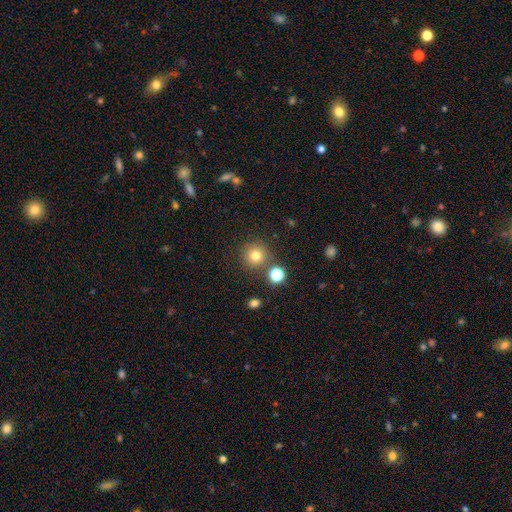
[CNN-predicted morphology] Overall: smooth (77%). How rounded: round (94%). Merging: none (82%).